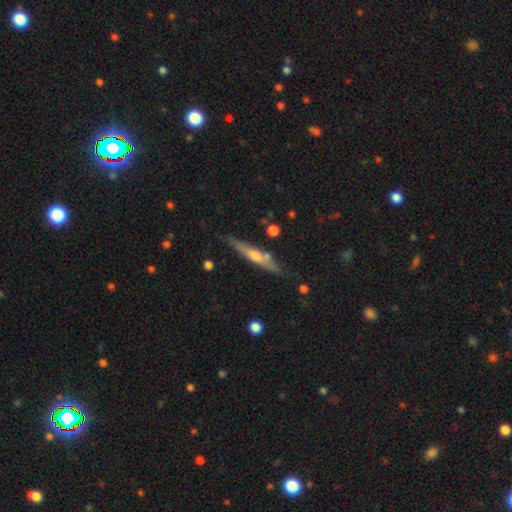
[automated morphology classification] Smooth or featured? Predicted: featured or disk (p=0.64). Edge-on disk? Predicted: yes (p=0.93). Edge-on bulge? Predicted: rounded (p=0.81). Merging? Predicted: none (p=0.80).